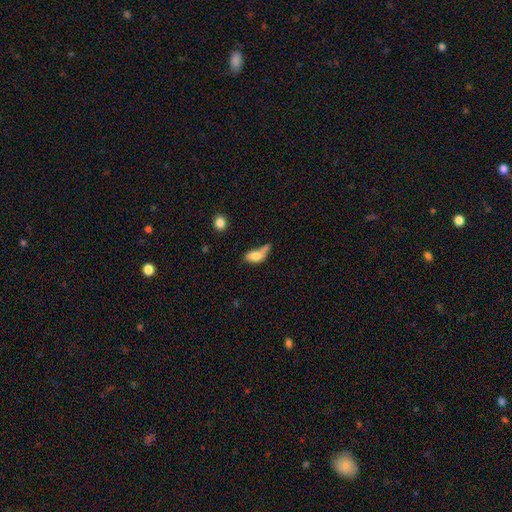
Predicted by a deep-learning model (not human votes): The model was most divided on "merging": merger: 28%, minor disturbance: 25%, none: 24%, major disturbance: 22%. More confident: how rounded — in between (83%); smooth or featured — smooth (69%).